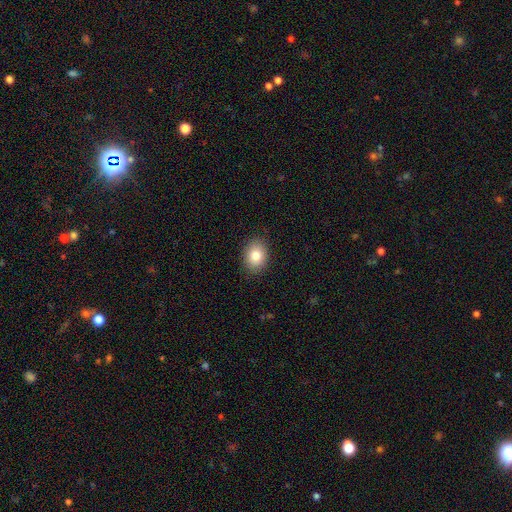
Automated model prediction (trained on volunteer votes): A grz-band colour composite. It shows a smooth galaxy with no disk features (83%) that is in between round and cigar-shaped (68%). Merging: none (88%).